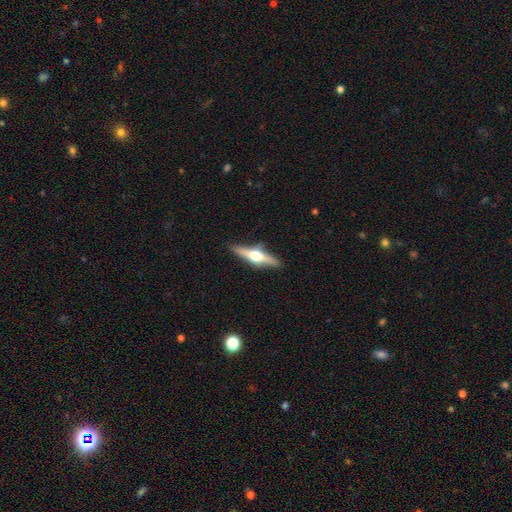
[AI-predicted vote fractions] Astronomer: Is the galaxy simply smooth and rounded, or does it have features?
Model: featured or disk — 70%.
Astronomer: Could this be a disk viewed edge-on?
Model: yes — 97%.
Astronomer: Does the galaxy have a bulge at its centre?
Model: rounded — 95%.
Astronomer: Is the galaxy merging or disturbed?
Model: none — 88%.